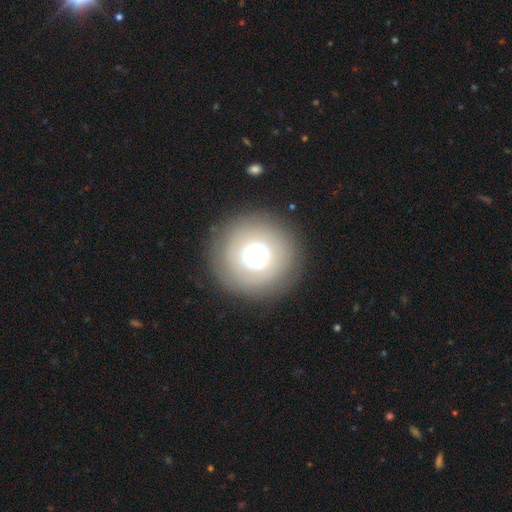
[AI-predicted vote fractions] smooth 60%, featured or disk 30%, star or artifact 11%. Down the decision tree: how rounded — round (95%); merging — none (86%).